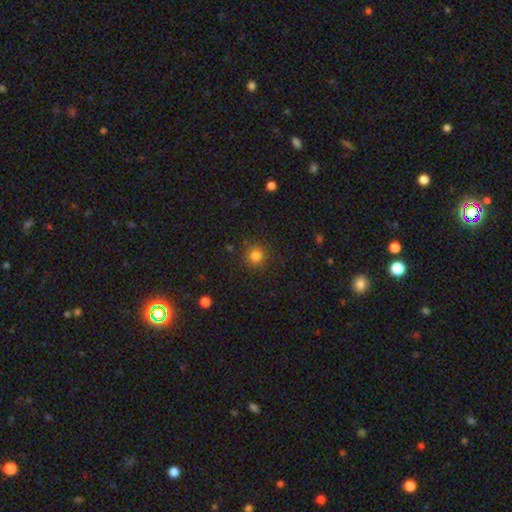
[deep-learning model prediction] A smooth galaxy with no disk features (82%) that is round (91%).

Vote fractions:
- Smooth or featured? smooth: 82% / star or artifact: 13% / featured or disk: 5%
- How rounded? round: 91% / in between: 8% / cigar-shaped: 1%
- Merging? none: 85% / minor disturbance: 10% / major disturbance: 3% / merger: 2%